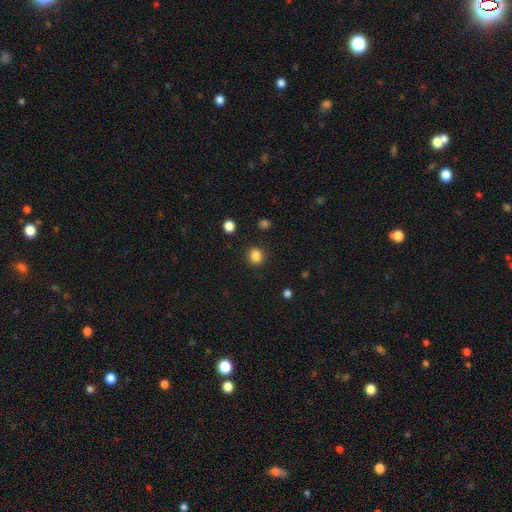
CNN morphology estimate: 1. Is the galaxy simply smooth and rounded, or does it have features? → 85% smooth, 11% star or artifact, 4% featured or disk.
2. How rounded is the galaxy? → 60% round, 39% in between, 1% cigar-shaped.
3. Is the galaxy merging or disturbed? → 87% none, 9% minor disturbance, 3% major disturbance, 2% merger.